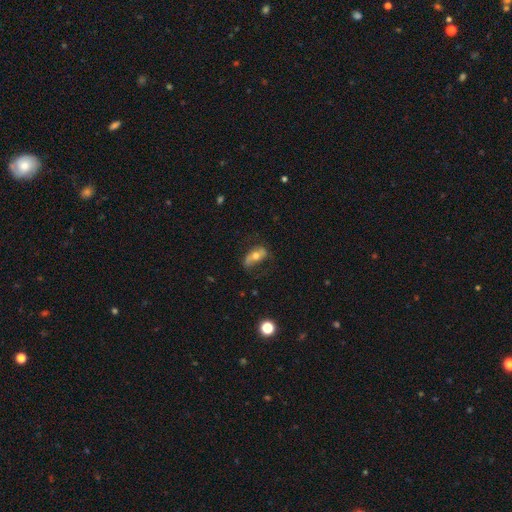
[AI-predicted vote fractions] The model was most divided on "smooth or featured": featured or disk: 47%, smooth: 45%, star or artifact: 8%. More confident: merging — none (58%).